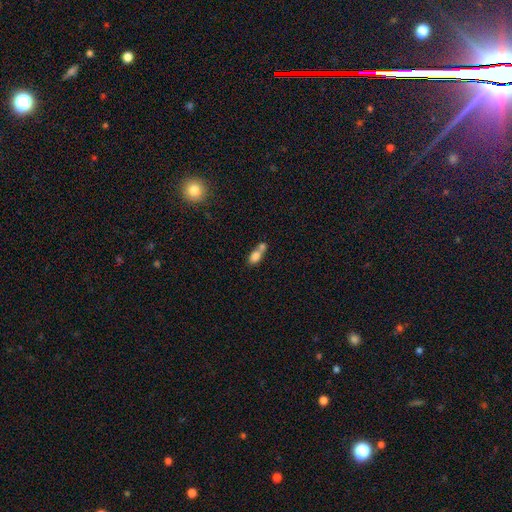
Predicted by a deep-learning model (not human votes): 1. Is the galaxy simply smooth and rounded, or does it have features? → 77% smooth, 13% featured or disk, 10% star or artifact.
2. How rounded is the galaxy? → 80% in between, 13% round, 6% cigar-shaped.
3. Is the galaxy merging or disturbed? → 61% merger, 25% none, 9% minor disturbance, 5% major disturbance.